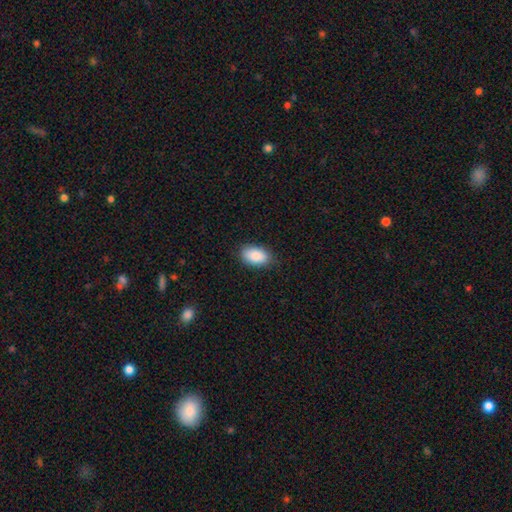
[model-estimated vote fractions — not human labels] This is clearly a smooth galaxy (89%). How rounded: clearly in between (94%). Merging: clearly none (85%).